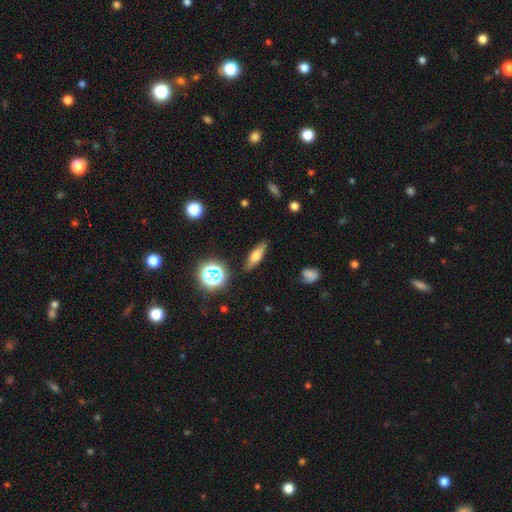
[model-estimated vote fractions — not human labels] Smooth or featured?
  - smooth: 55% *
  - featured or disk: 33%
  - star or artifact: 12%
How rounded?
  - in between: 47% * (tied)
  - cigar-shaped: 47% * (tied)
  - round: 6%
Merging?
  - none: 84% *
  - minor disturbance: 11%
  - major disturbance: 3%
  - merger: 2%